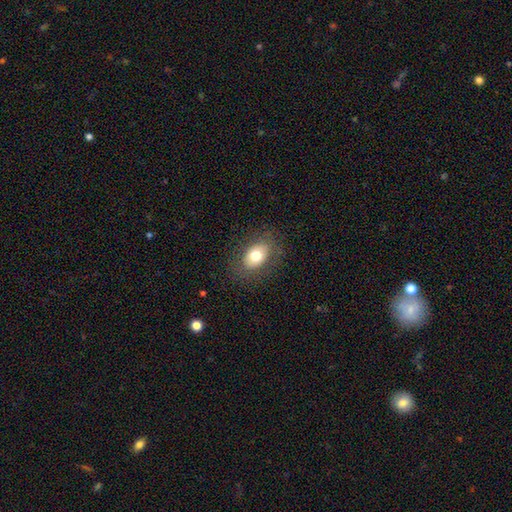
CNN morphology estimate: Smooth or featured? Predicted: smooth (p=0.72). How rounded? Predicted: in between (p=0.80). Merging? Predicted: none (p=0.82).